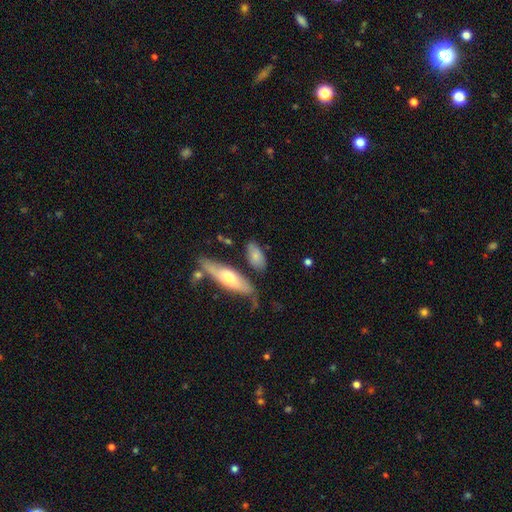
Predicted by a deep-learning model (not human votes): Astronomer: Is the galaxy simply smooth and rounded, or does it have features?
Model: smooth — 70%.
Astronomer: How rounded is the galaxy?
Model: in between — 80%.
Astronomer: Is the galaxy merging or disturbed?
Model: none — 67%.